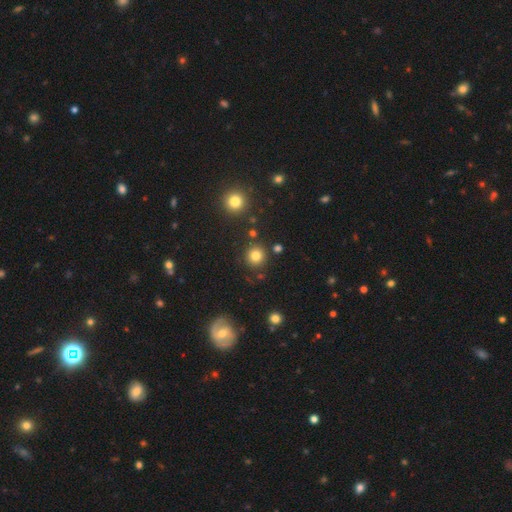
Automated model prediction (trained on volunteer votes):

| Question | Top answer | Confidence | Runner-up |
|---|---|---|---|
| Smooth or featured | smooth | 81% | star or artifact (13%) |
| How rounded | round | 92% | in between (7%) |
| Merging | none | 86% | minor disturbance (7%) |